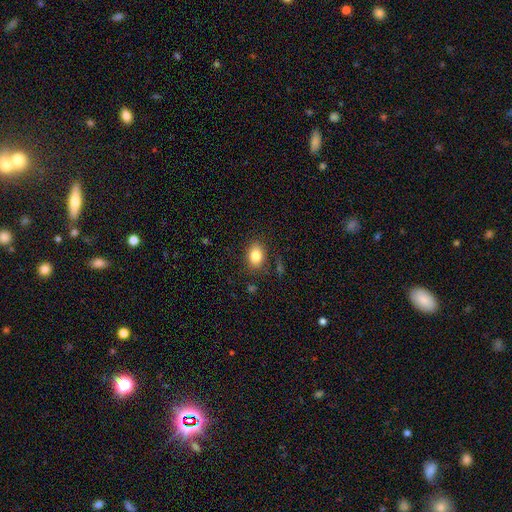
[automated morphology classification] This is clearly a smooth galaxy (83%). How rounded: likely in between (73%). Merging: clearly none (83%).